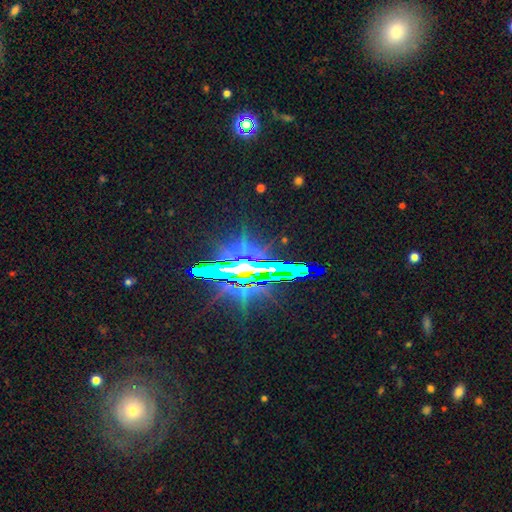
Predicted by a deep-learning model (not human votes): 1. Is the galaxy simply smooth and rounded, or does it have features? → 73% star or artifact, 19% featured or disk, 8% smooth.